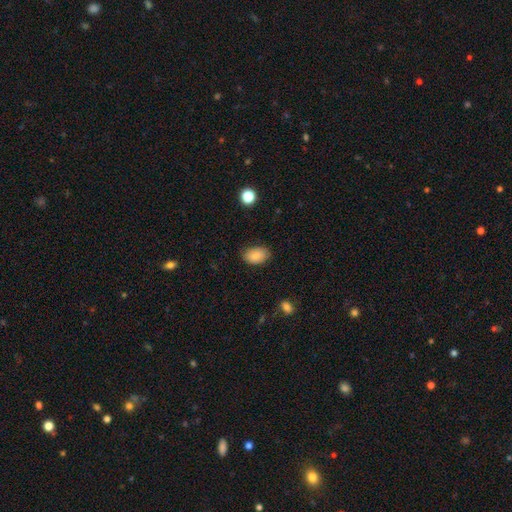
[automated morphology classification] The model was most divided on "merging": none: 82%, minor disturbance: 14%, major disturbance: 3%, merger: 1%. More confident: how rounded — in between (87%); smooth or featured — smooth (87%).